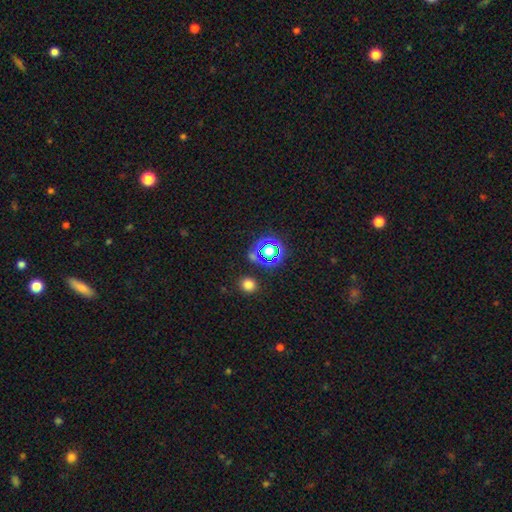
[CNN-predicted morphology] smooth-or-featured: star or artifact: 60% | smooth: 33% | featured or disk: 7%